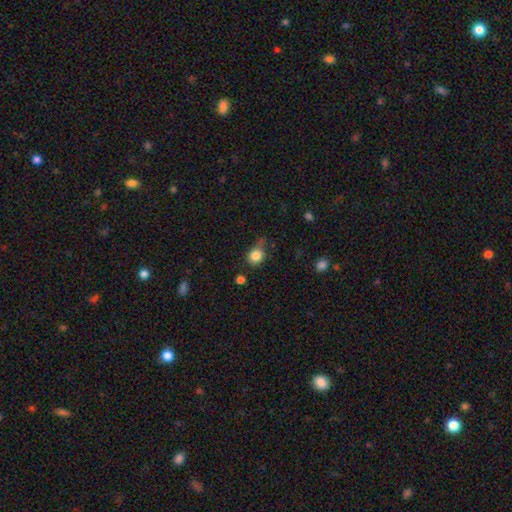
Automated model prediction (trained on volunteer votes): Smooth or featured: smooth — 82% (star or artifact — 11%)
How rounded: round — 77% (in between — 22%)
Merging: none — 55% (minor disturbance — 30%)